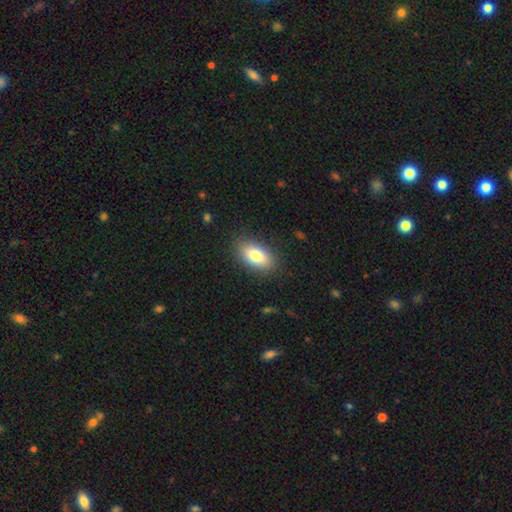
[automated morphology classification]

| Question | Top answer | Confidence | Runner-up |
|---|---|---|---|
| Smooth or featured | smooth | 79% | featured or disk (13%) |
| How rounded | in between | 91% | round (6%) |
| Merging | none | 86% | minor disturbance (10%) |